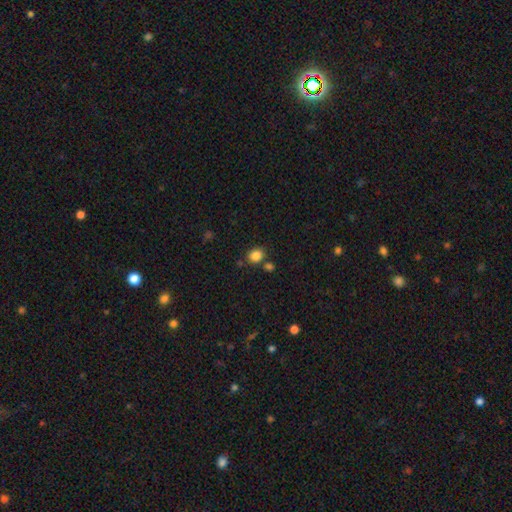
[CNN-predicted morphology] This is clearly a smooth galaxy (84%). How rounded: likely round (66%). Merging: likely none (75%).